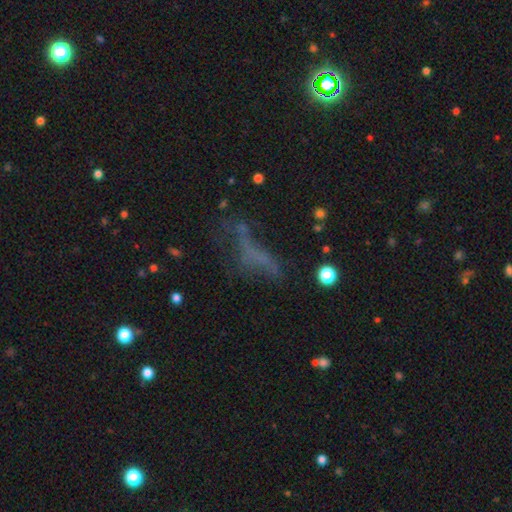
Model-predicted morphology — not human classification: smooth 37%, featured or disk 32%, star or artifact 31%. Down the decision tree: merging — none (43%).